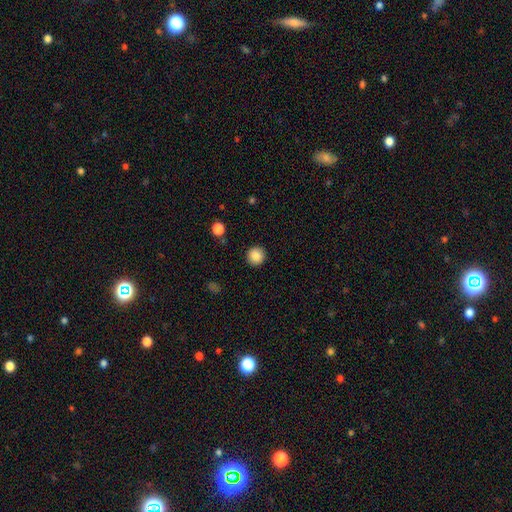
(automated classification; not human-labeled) Smooth or featured? smooth (86%)
How rounded? round (94%)
Merging? none (92%)